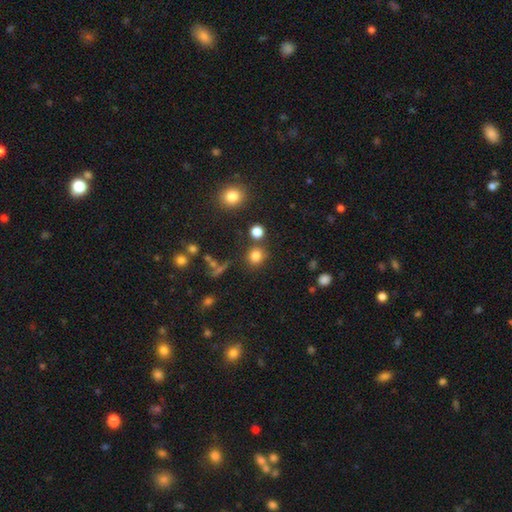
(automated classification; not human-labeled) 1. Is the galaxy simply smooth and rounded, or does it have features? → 79% smooth, 14% star or artifact, 6% featured or disk.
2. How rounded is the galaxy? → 85% round, 14% in between, 1% cigar-shaped.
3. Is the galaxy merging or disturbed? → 78% none, 10% minor disturbance, 9% merger, 4% major disturbance.